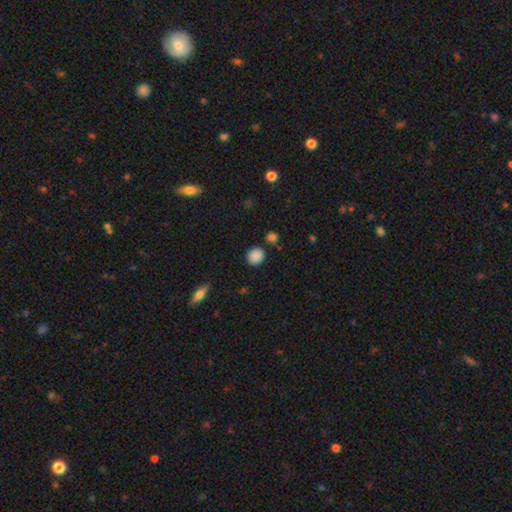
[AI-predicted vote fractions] smooth-or-featured: smooth: 88% | star or artifact: 9% | featured or disk: 3%
  how-rounded: round: 85% | in between: 13% | cigar-shaped: 1%
  merging: none: 85% | minor disturbance: 9% | merger: 4% | major disturbance: 3%